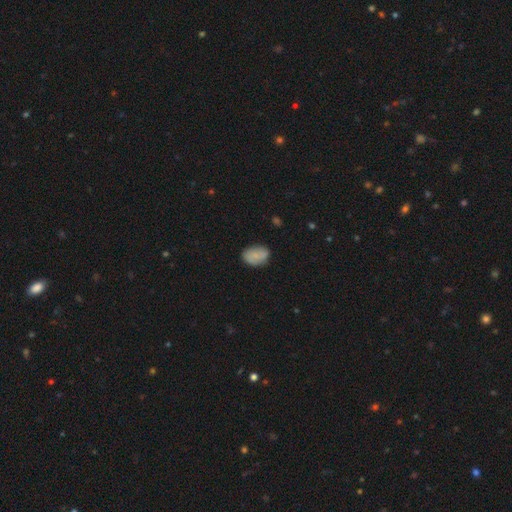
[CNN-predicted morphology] smooth_or_featured: smooth (p=0.76) [alt: featured or disk p=0.16]
how_rounded: in between (p=0.84) [alt: round p=0.15]
merging: none (p=0.74) [alt: minor disturbance p=0.20]